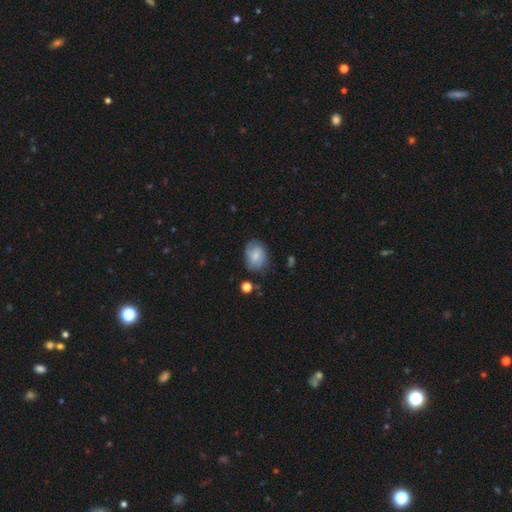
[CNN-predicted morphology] Smooth or featured: smooth — 58% (featured or disk — 34%)
How rounded: in between — 65% (round — 33%)
Merging: none — 66% (minor disturbance — 24%)